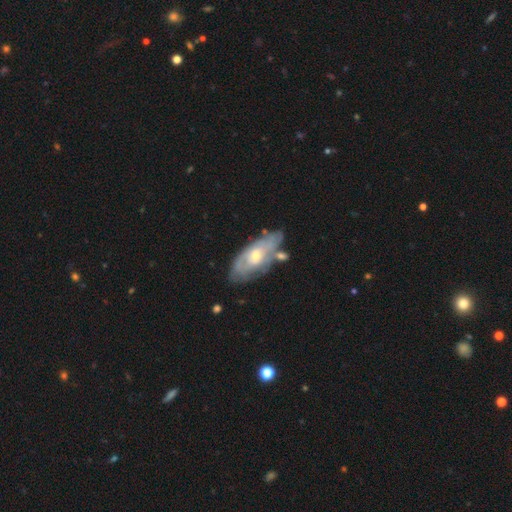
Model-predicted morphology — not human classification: featured or disk 69%, smooth 25%, star or artifact 6%. Down the decision tree: edge-on disk — no (86%); bar — no (71%); spiral arms — yes (71%); bulge size — moderate (49%); merging — none (61%).